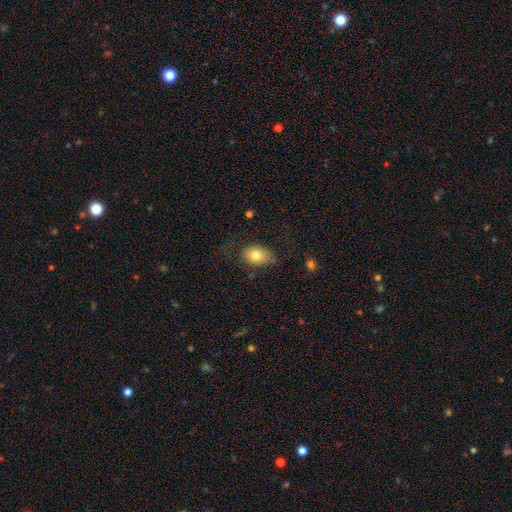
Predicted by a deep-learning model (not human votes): Smooth or featured? Predicted: smooth (p=0.78). How rounded? Predicted: in between (p=0.77). Merging? Predicted: none (p=0.68).